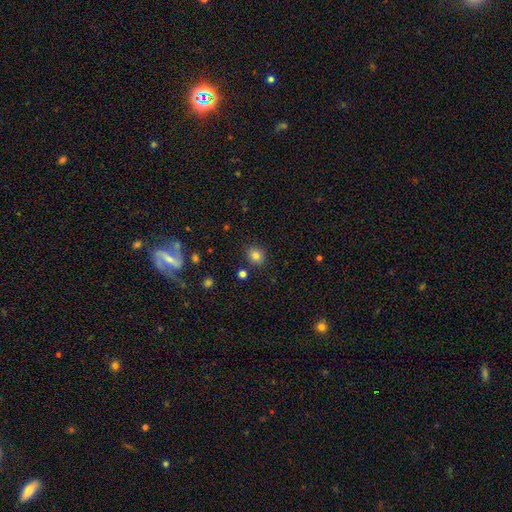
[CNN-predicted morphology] Q: Smooth or featured?
A: smooth (81%); runner-up: star or artifact (13%)
Q: How rounded?
A: round (85%); runner-up: in between (14%)
Q: Merging?
A: none (85%); runner-up: minor disturbance (9%)